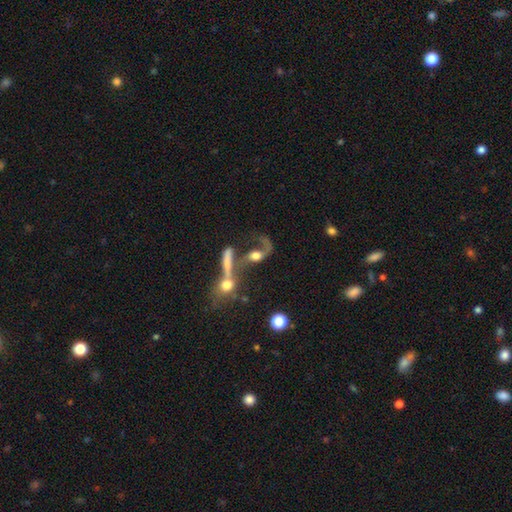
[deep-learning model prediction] Smooth or featured?
  - featured or disk: 65% *
  - smooth: 24%
  - star or artifact: 11%
Edge-on disk?
  - no: 86% *
  - yes: 14%
Bar?
  - no: 64% *
  - weak: 25%
  - strong: 12%
Spiral arms?
  - yes: 76% *
  - no: 24%
Bulge size?
  - moderate: 45% *
  - large: 28%
  - small: 13%
  - none: 10%
  - dominant: 5%
Merging?
  - merger: 46% *
  - none: 24%
  - major disturbance: 20%
  - minor disturbance: 10%